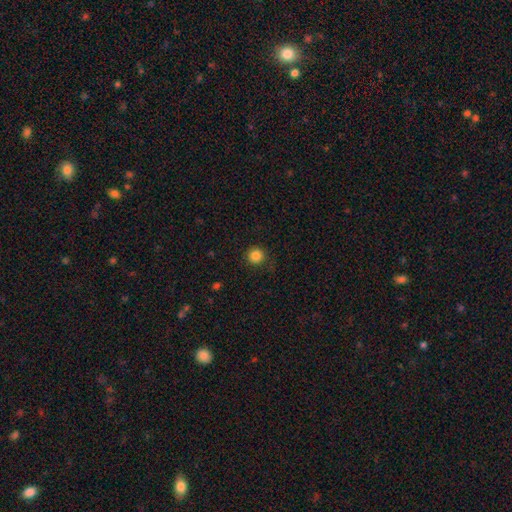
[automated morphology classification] This is clearly a smooth galaxy (85%). How rounded: clearly round (94%). Merging: clearly none (88%).